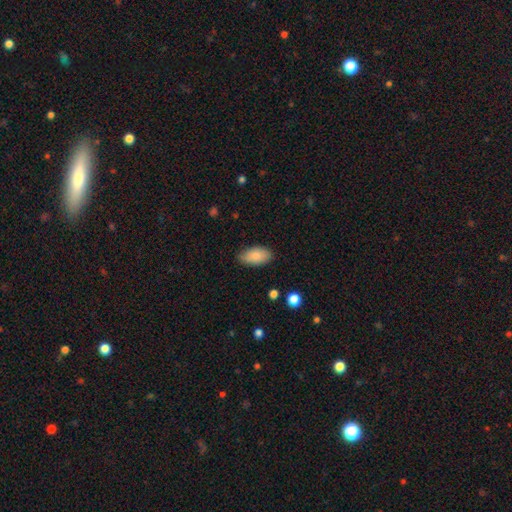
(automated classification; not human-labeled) Q: Smooth or featured?
A: smooth (86%); runner-up: featured or disk (8%)
Q: How rounded?
A: in between (93%); runner-up: cigar-shaped (4%)
Q: Merging?
A: none (82%); runner-up: minor disturbance (14%)